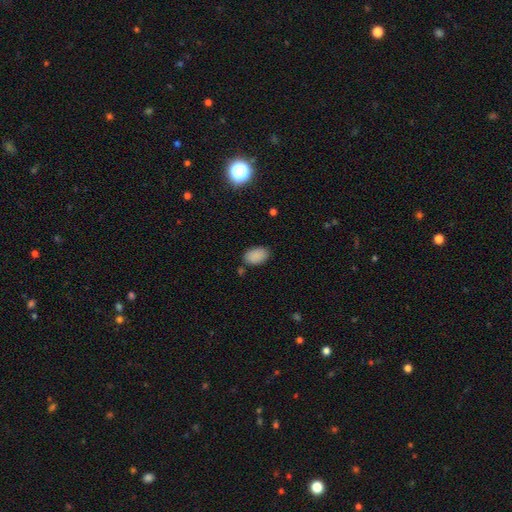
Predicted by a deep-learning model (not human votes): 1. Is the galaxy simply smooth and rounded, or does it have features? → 88% smooth, 8% star or artifact, 4% featured or disk.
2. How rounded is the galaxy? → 90% in between, 9% round, 1% cigar-shaped.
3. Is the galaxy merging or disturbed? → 81% none, 13% minor disturbance, 3% merger, 3% major disturbance.